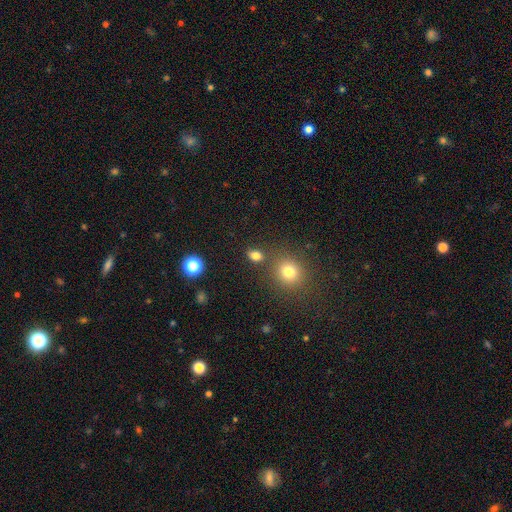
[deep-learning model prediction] A smooth galaxy with no disk features (79%) that is in between round and cigar-shaped (59%).

Vote fractions:
- Smooth or featured? smooth: 79% / star or artifact: 15% / featured or disk: 6%
- How rounded? in between: 59% / round: 39% / cigar-shaped: 2%
- Merging? none: 77% / minor disturbance: 10% / merger: 9% / major disturbance: 4%